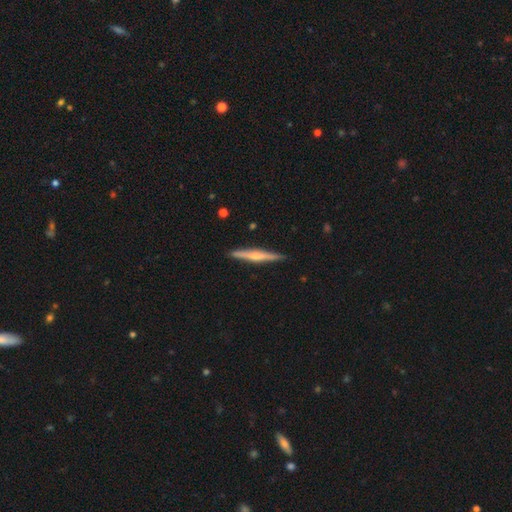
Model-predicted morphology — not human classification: Smooth or featured? featured or disk (60%)
Edge-on disk? yes (98%)
Edge-on bulge? rounded (67%)
Merging? none (90%)